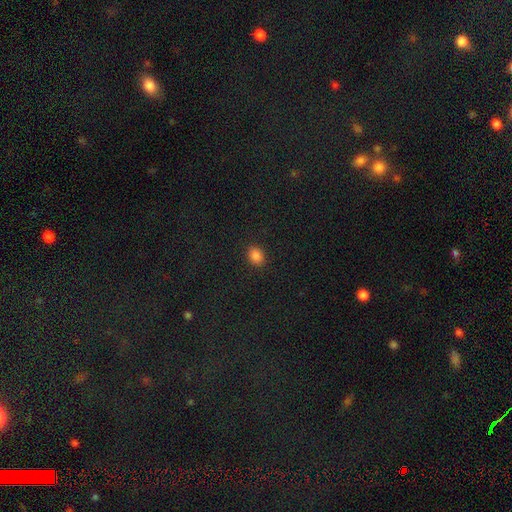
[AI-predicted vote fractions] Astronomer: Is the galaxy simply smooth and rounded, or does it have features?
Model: smooth — 84%.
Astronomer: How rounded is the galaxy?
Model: in between — 55% (runner-up: round, 44%).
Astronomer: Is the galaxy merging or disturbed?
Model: none — 89%.